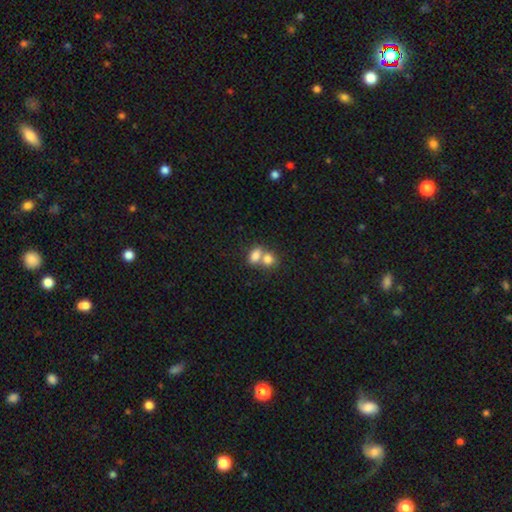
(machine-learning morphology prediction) smooth-or-featured: smooth: 79% | featured or disk: 12% | star or artifact: 9%
  how-rounded: in between: 68% | round: 30% | cigar-shaped: 2%
  merging: merger: 65% | none: 26% | minor disturbance: 7% | major disturbance: 3%